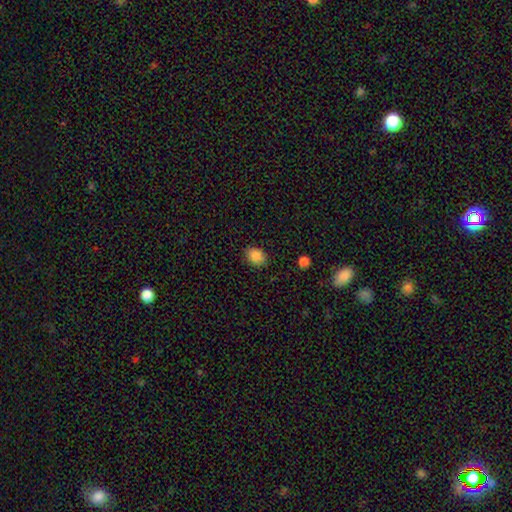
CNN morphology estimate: Overall: smooth (87%). How rounded: in between (63%; round 36%). Merging: none (85%).